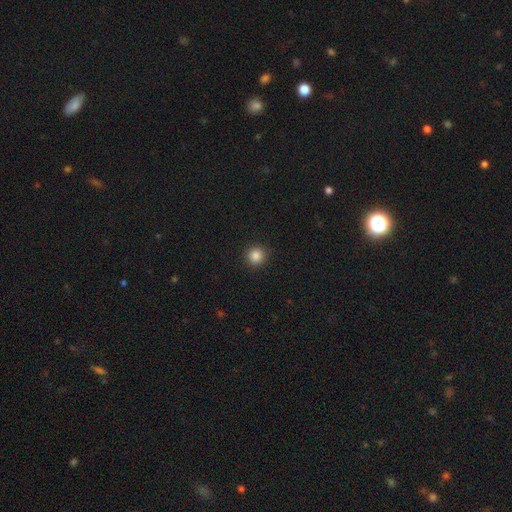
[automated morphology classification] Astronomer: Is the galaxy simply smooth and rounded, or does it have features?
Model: smooth — 86%.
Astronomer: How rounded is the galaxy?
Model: round — 94%.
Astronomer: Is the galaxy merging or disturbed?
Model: none — 92%.